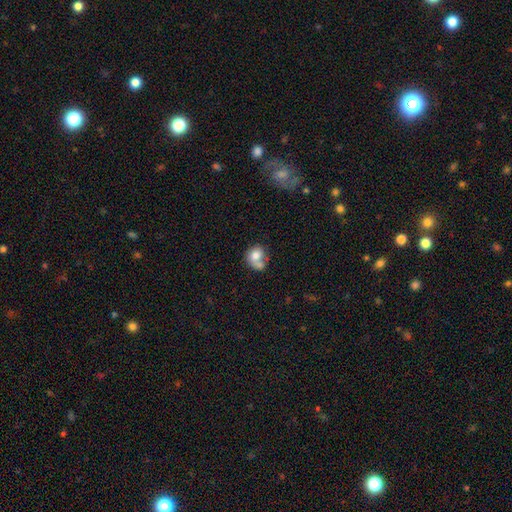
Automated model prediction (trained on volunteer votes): Morphology: type=smooth (72%); roundness=round (64%); merging=merger (44%).